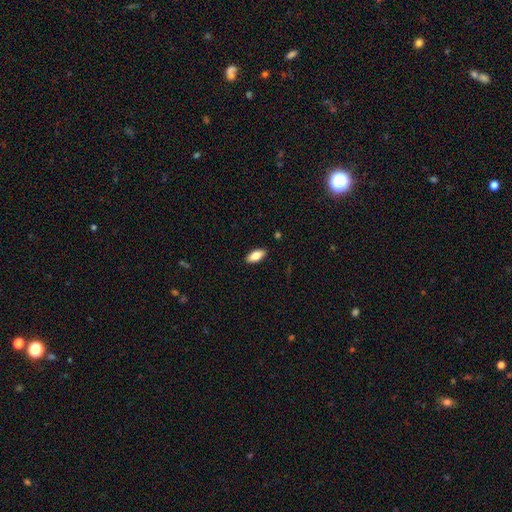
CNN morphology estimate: Smooth or featured: smooth — 79% (featured or disk — 14%)
How rounded: in between — 86% (cigar-shaped — 11%)
Merging: none — 89% (minor disturbance — 8%)